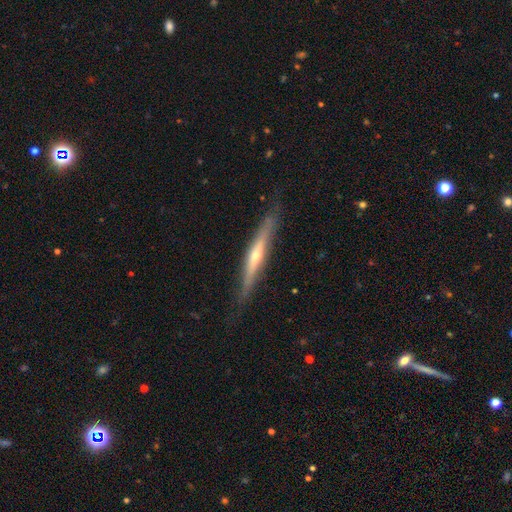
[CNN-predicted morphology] Smooth or featured?
  - featured or disk: 69% *
  - smooth: 25%
  - star or artifact: 6%
Edge-on disk?
  - yes: 95% *
  - no: 5%
Edge-on bulge?
  - rounded: 77% *
  - none: 19%
  - boxy: 4%
Merging?
  - none: 84% *
  - minor disturbance: 12%
  - major disturbance: 3%
  - merger: 1%